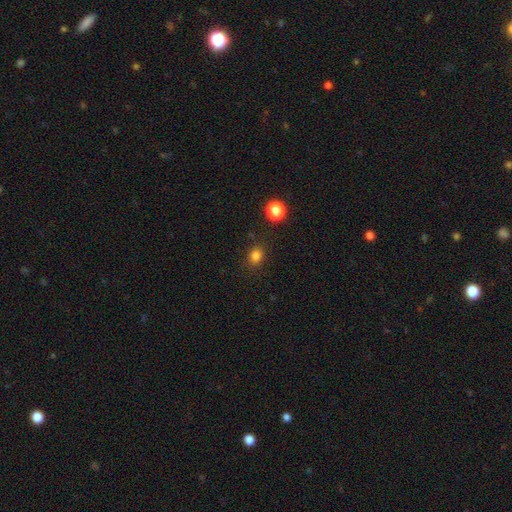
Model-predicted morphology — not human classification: This is clearly a smooth galaxy (81%). How rounded: likely round (63%). Merging: clearly none (85%).